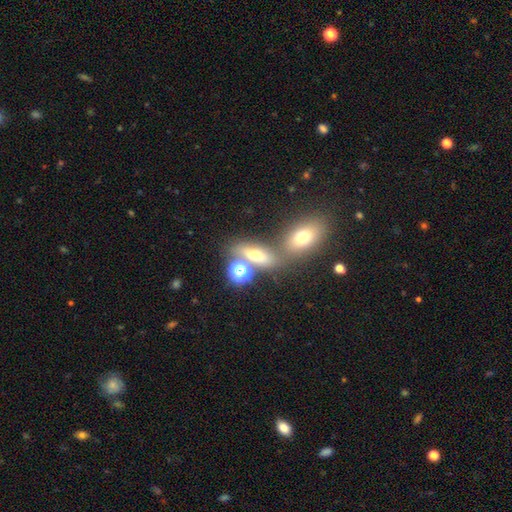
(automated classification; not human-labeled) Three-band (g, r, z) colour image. It shows a smooth galaxy with no disk features (61%) that is in between round and cigar-shaped (60%). Merging: none (49%).